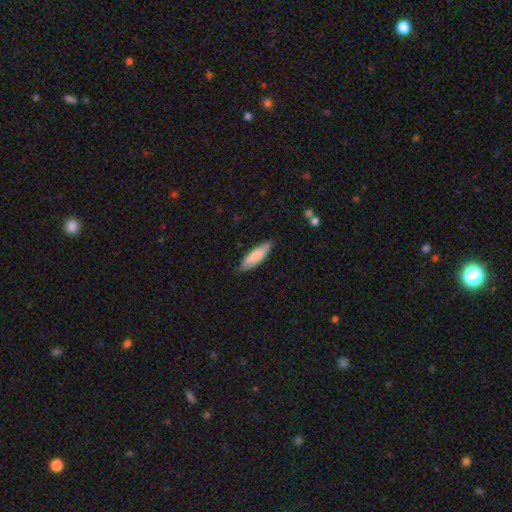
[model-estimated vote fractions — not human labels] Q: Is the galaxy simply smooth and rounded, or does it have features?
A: smooth — 83%.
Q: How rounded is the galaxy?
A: cigar-shaped — 50%.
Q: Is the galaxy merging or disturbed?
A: none — 82%.